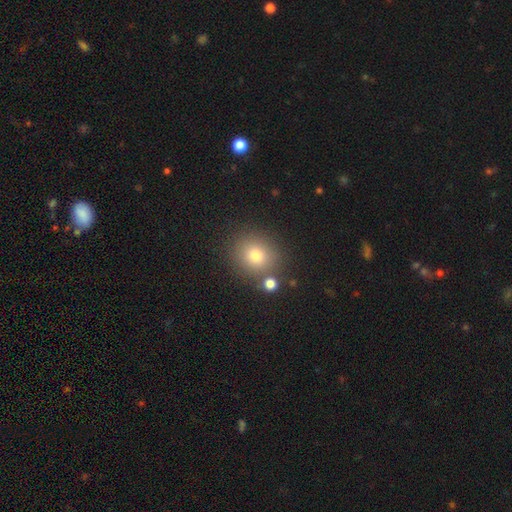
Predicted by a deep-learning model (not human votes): smooth 77%, star or artifact 14%, featured or disk 10%. Down the decision tree: how rounded — round (83%); merging — none (78%).